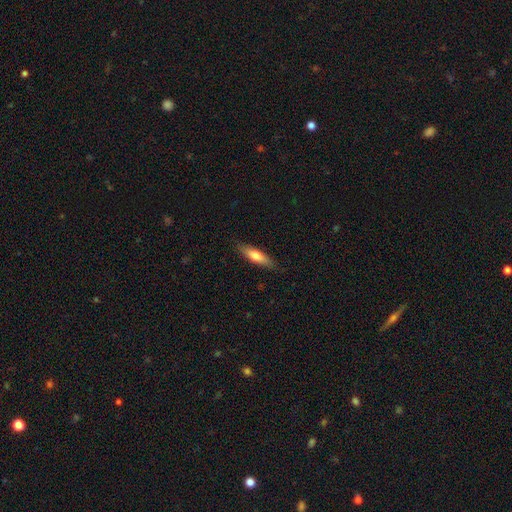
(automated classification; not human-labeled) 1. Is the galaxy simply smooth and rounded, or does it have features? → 66% smooth, 28% featured or disk, 6% star or artifact.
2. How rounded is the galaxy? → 69% cigar-shaped, 29% in between, 2% round.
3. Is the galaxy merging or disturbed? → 86% none, 11% minor disturbance, 2% major disturbance, 1% merger.